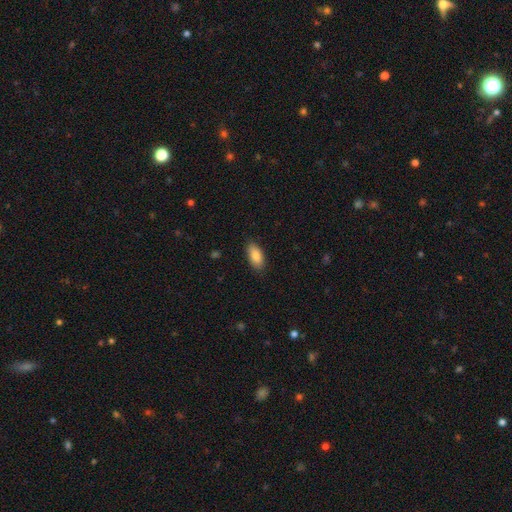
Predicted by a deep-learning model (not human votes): smooth-or-featured: smooth: 88% | star or artifact: 6% | featured or disk: 6%
  how-rounded: in between: 91% | cigar-shaped: 6% | round: 2%
  merging: none: 86% | minor disturbance: 10% | major disturbance: 2% | merger: 1%